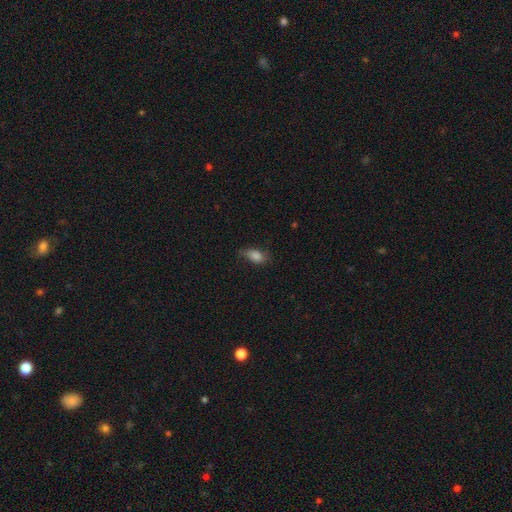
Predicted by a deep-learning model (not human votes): Smooth or featured: smooth — 82% (featured or disk — 10%)
How rounded: in between — 88% (round — 7%)
Merging: none — 60% (minor disturbance — 29%)